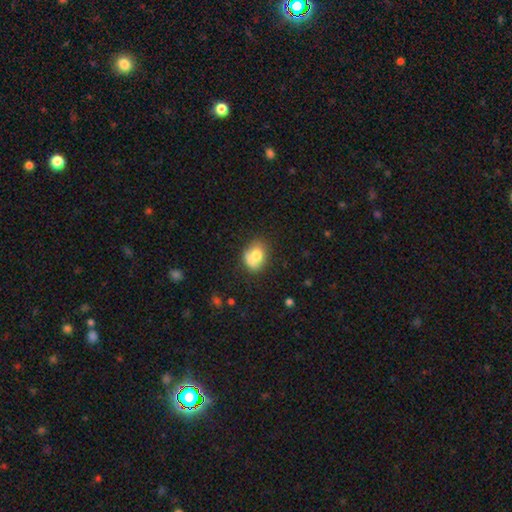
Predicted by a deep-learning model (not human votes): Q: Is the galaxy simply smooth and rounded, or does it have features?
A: smooth — 72%.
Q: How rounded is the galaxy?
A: in between — 55%.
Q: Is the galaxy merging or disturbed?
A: none — 45%.